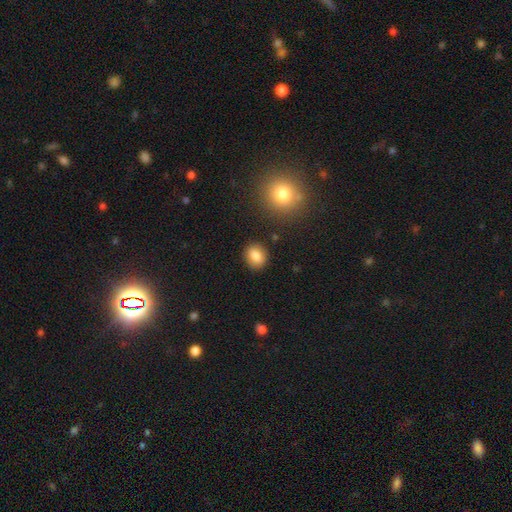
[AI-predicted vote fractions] Smooth or featured: smooth — 84% (star or artifact — 9%)
How rounded: round — 58% (in between — 40%)
Merging: none — 88% (minor disturbance — 8%)